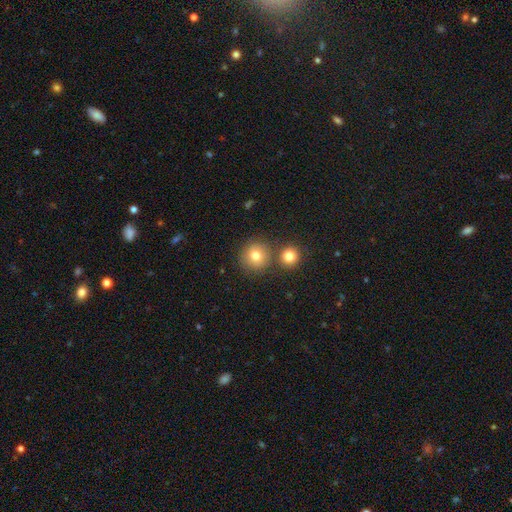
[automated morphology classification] type=smooth (78%); roundness=round (92%); merging=none (74%).